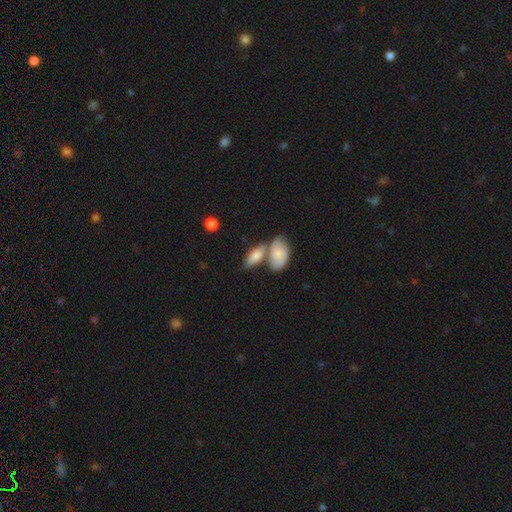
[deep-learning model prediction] smooth 74%, featured or disk 20%, star or artifact 6%. Down the decision tree: how rounded — in between (85%); merging — none (43%).